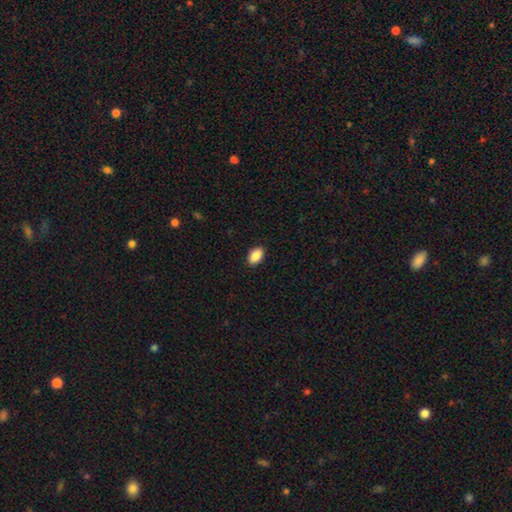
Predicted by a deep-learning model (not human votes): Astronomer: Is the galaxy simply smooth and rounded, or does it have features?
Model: smooth — 90%.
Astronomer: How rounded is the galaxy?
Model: in between — 90%.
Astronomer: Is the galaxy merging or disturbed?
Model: none — 89%.